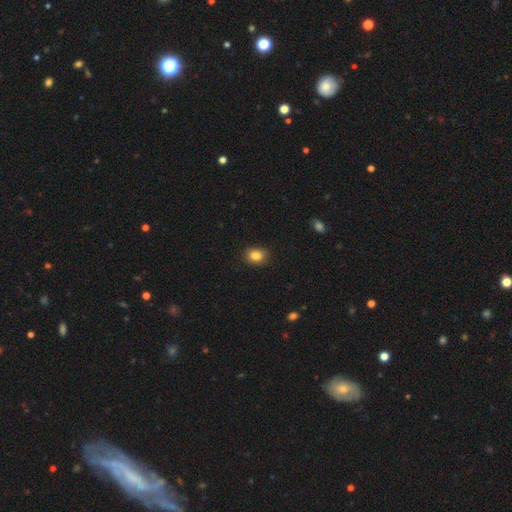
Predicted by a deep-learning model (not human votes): This appears to be a smooth galaxy with no disk features (85%) that is in between round and cigar-shaped (53%). Merging: none (86%).